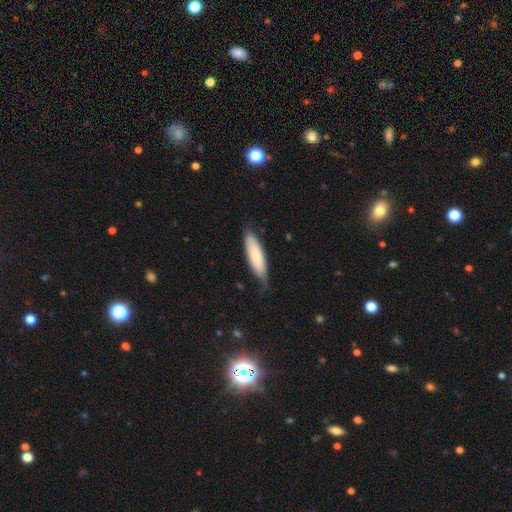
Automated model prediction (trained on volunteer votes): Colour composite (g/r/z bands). It shows a smooth galaxy with no disk features (78%) that is cigar-shaped (58%). Merging: none (68%).